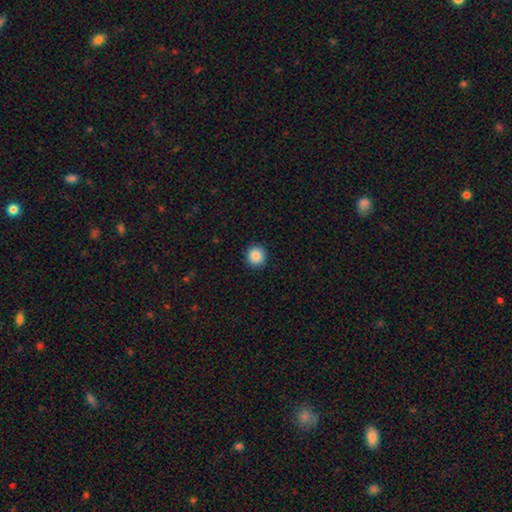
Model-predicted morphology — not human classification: Q: Smooth or featured?
A: smooth (87%); runner-up: star or artifact (9%)
Q: How rounded?
A: round (94%); runner-up: in between (5%)
Q: Merging?
A: none (93%); runner-up: minor disturbance (5%)